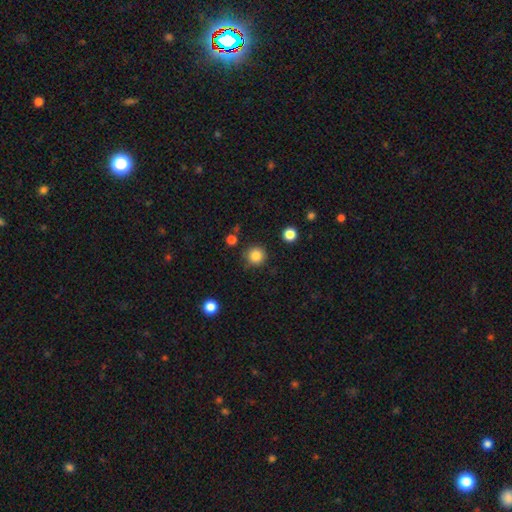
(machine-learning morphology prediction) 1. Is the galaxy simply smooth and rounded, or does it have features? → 85% smooth, 11% star or artifact, 4% featured or disk.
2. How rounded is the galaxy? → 95% round, 5% in between, 1% cigar-shaped.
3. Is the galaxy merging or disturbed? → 86% none, 8% minor disturbance, 3% major disturbance, 3% merger.